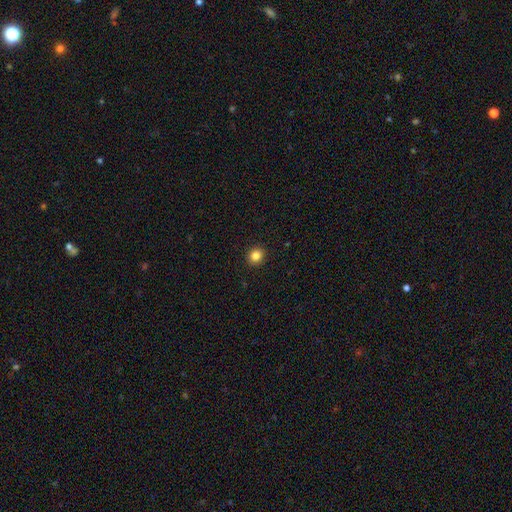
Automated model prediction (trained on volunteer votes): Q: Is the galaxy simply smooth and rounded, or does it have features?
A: smooth — 84%.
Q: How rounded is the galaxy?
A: round — 86%.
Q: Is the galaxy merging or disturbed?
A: none — 93%.